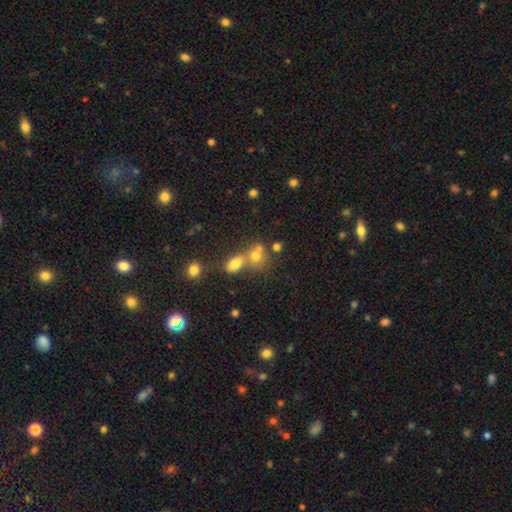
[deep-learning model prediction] smooth_or_featured: smooth (p=0.69) [alt: star or artifact p=0.17]
how_rounded: round (p=0.65) [alt: in between p=0.33]
merging: merger (p=0.48) [alt: none p=0.38]